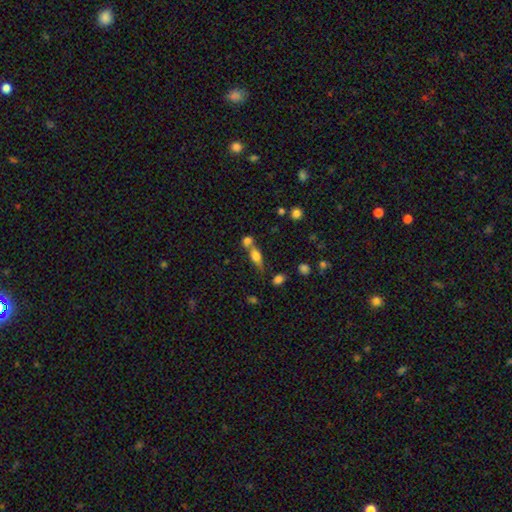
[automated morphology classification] Smooth or featured?
  - smooth: 69% *
  - featured or disk: 19%
  - star or artifact: 11%
How rounded?
  - in between: 65% *
  - cigar-shaped: 22%
  - round: 13%
Merging?
  - merger: 48% *
  - none: 36%
  - minor disturbance: 10%
  - major disturbance: 6%